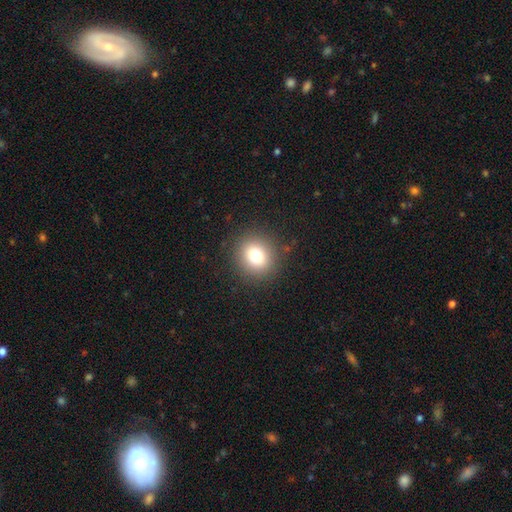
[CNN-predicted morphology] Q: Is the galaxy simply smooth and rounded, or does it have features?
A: smooth — 77%.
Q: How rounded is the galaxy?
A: round — 86%.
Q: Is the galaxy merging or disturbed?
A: none — 89%.